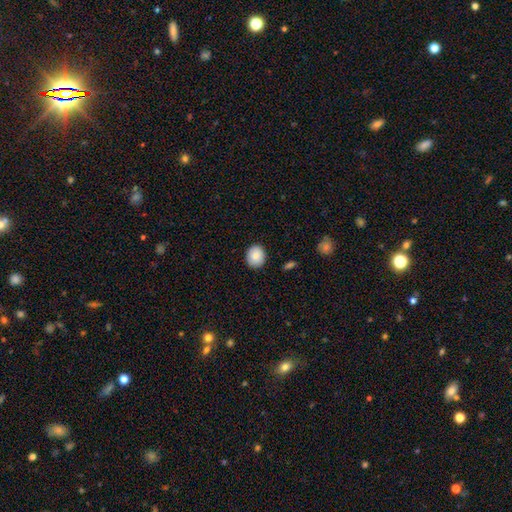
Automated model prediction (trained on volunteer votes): A smooth galaxy with no disk features (85%) that is round (72%). Merging: none (89%).